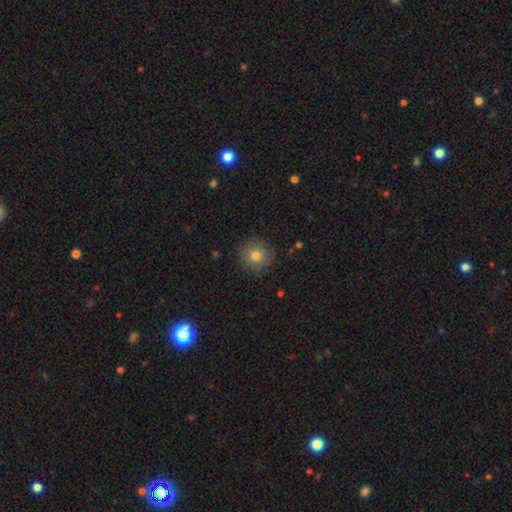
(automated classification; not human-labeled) Smooth or featured?
  - smooth: 78% *
  - star or artifact: 12%
  - featured or disk: 10%
How rounded?
  - round: 94% *
  - in between: 5%
  - cigar-shaped: 1%
Merging?
  - none: 89% *
  - minor disturbance: 8%
  - major disturbance: 2%
  - merger: 1%